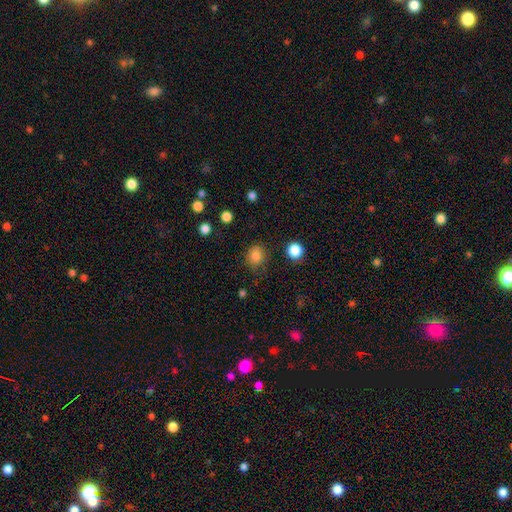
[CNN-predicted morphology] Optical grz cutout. It shows a smooth galaxy with no disk features (84%) that is round (75%). Merging: none (80%).